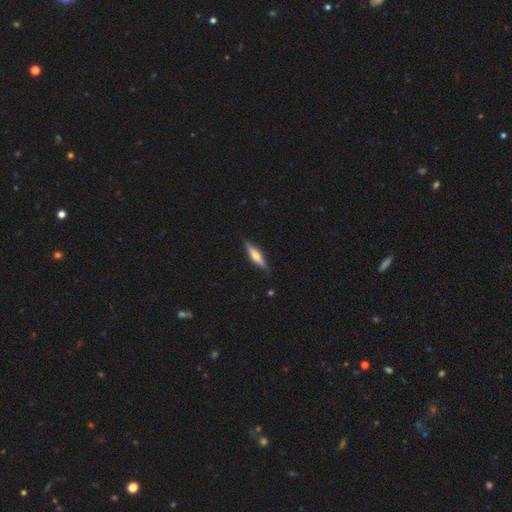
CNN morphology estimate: The model was most divided on "smooth or featured": featured or disk: 60%, smooth: 34%, star or artifact: 6%. More confident: edge-on disk — yes (96%); merging — none (87%); edge-on bulge — rounded (85%).